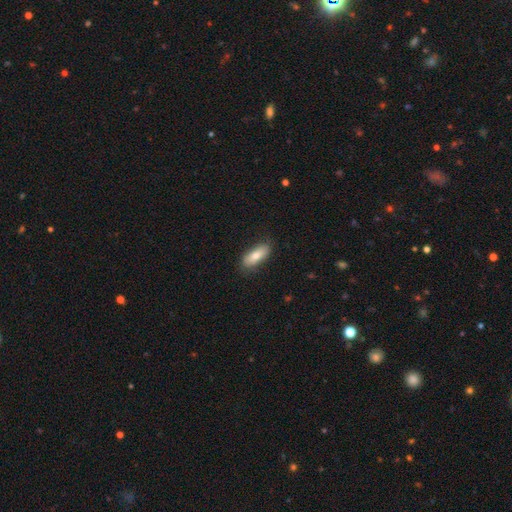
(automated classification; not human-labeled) smooth_or_featured: smooth (p=0.78) [alt: featured or disk p=0.15]
how_rounded: in between (p=0.76) [alt: cigar-shaped p=0.21]
merging: none (p=0.80) [alt: minor disturbance p=0.16]